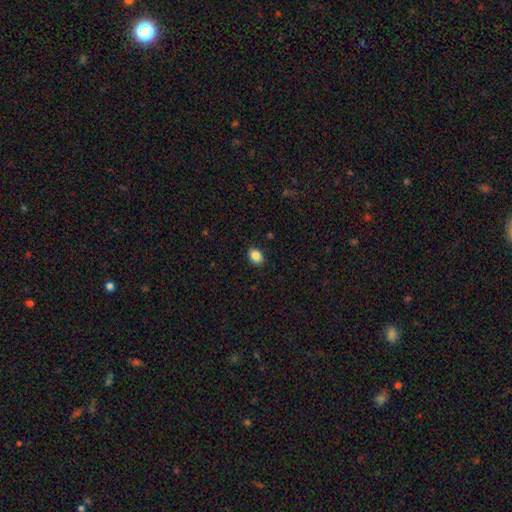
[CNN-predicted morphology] Q: Smooth or featured?
A: smooth (87%); runner-up: star or artifact (9%)
Q: How rounded?
A: in between (71%); runner-up: round (28%)
Q: Merging?
A: none (89%); runner-up: minor disturbance (8%)